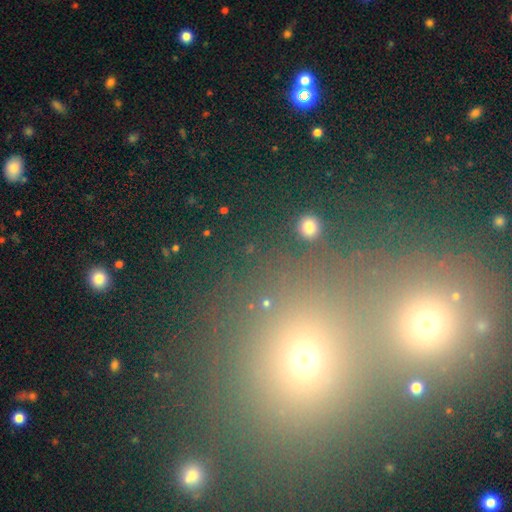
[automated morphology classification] Smooth or featured? Predicted: smooth (p=0.48). Merging? Predicted: none (p=0.50).